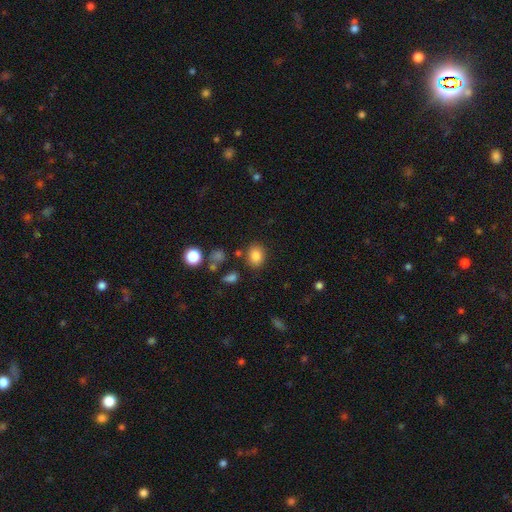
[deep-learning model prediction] This is clearly a smooth galaxy (83%). How rounded: possibly in between (52%). Merging: clearly none (81%).